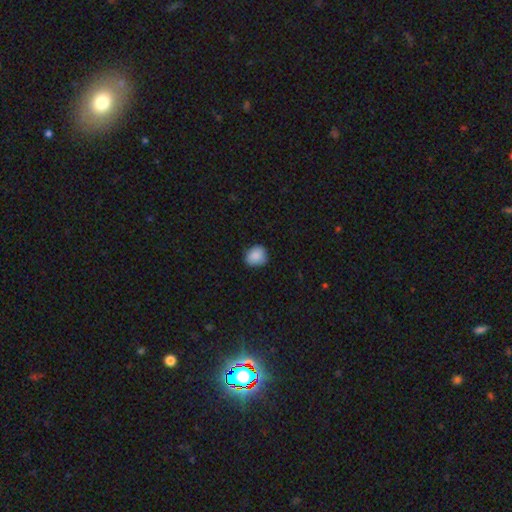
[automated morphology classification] A smooth galaxy with no disk features (88%) that is round (69%). Merging: none (82%).